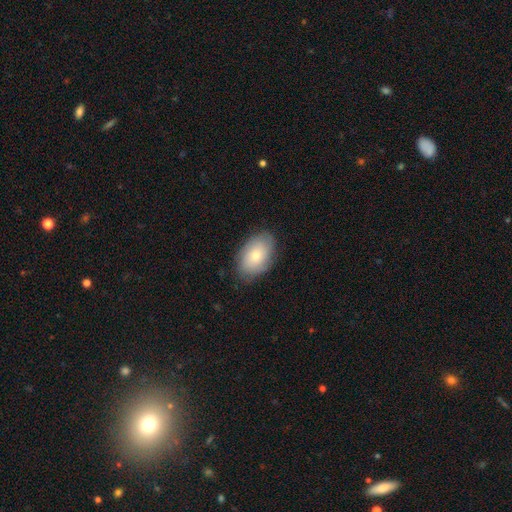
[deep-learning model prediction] smooth_or_featured: smooth (p=0.69) [alt: featured or disk p=0.24]
how_rounded: in between (p=0.89) [alt: round p=0.09]
merging: none (p=0.81) [alt: minor disturbance p=0.15]